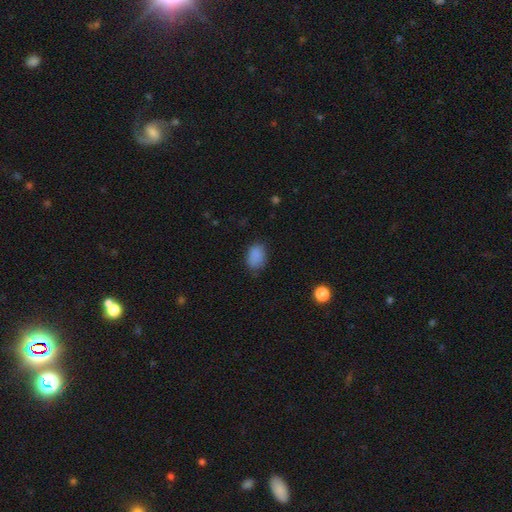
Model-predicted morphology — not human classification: smooth 85%, star or artifact 10%, featured or disk 4%. Down the decision tree: how rounded — in between (81%); merging — none (73%).